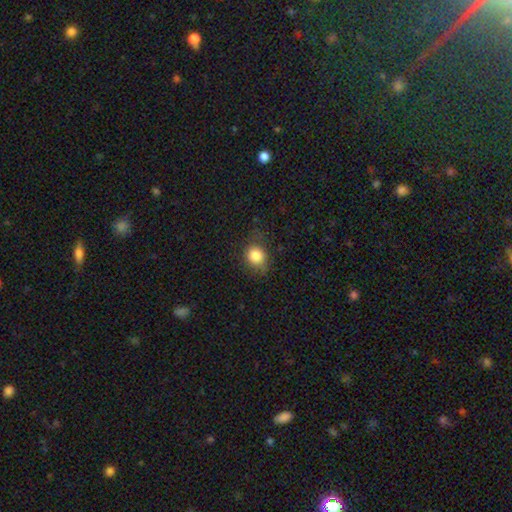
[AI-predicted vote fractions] Morphology: type=smooth (83%); roundness=round (68%); merging=none (72%).